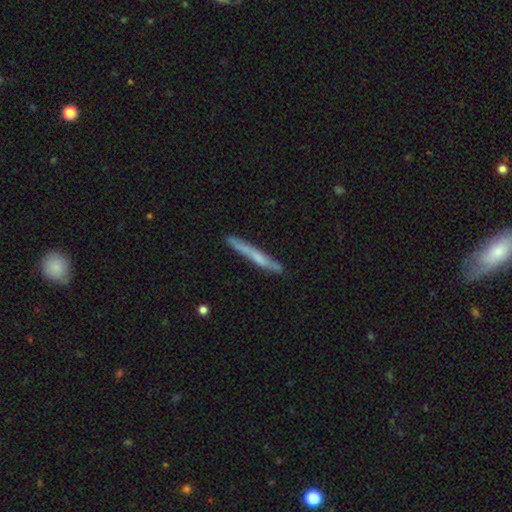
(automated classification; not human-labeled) Smooth or featured?
  - smooth: 50% *
  - featured or disk: 44%
  - star or artifact: 6%
How rounded?
  - cigar-shaped: 96% *
  - in between: 2%
  - round: 1%
Merging?
  - none: 84% *
  - minor disturbance: 12%
  - major disturbance: 2%
  - merger: 2%